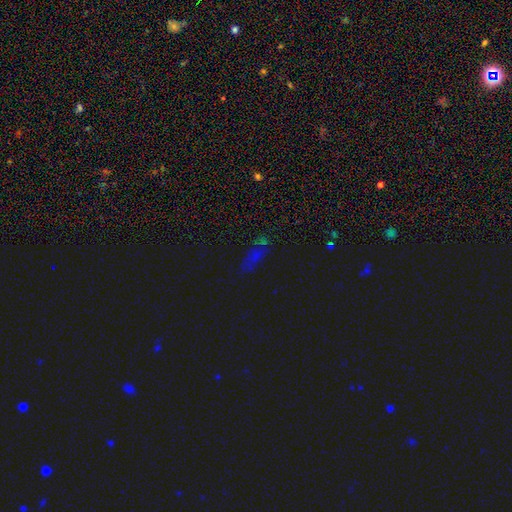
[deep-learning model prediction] smooth_or_featured: star or artifact (p=0.52) [alt: smooth p=0.35]